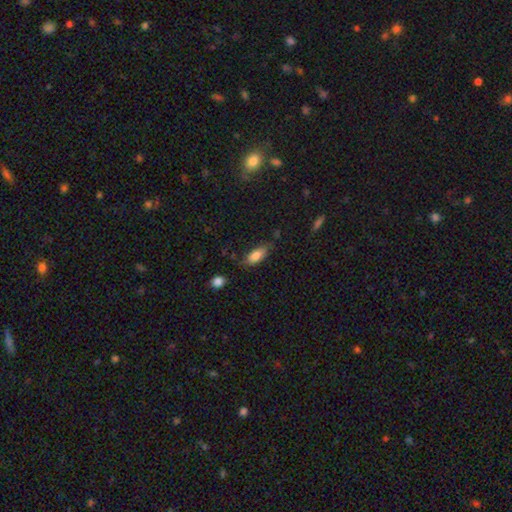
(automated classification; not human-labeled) Q: Smooth or featured?
A: smooth (79%); runner-up: featured or disk (13%)
Q: How rounded?
A: in between (82%); runner-up: cigar-shaped (16%)
Q: Merging?
A: none (65%); runner-up: minor disturbance (25%)